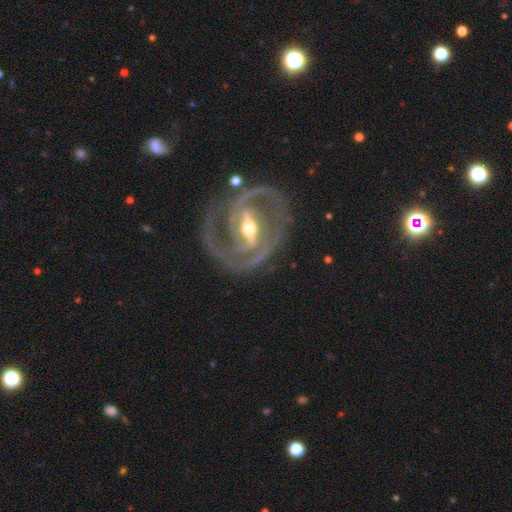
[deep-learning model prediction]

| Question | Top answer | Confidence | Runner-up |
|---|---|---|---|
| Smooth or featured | featured or disk | 86% | smooth (7%) |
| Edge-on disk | no | 94% | yes (6%) |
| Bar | strong | 56% | weak (29%) |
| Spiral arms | yes | 83% | no (17%) |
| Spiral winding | tight | 53% | medium (36%) |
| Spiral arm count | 2 | 68% | can't tell (13%) |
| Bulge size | moderate | 55% | small (40%) |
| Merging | none | 73% | minor disturbance (15%) |